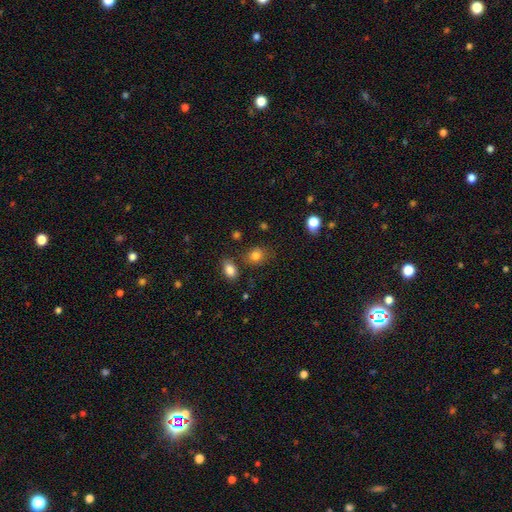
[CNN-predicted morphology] This is clearly a smooth galaxy (83%). How rounded: likely round (63%). Merging: likely none (74%).